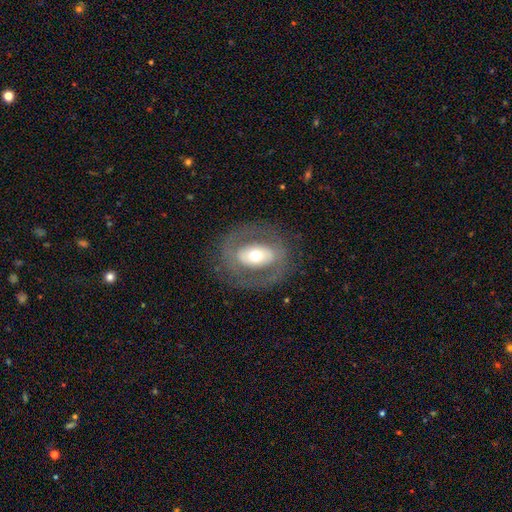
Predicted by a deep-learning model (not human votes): Smooth or featured: featured or disk — 63% (smooth — 30%)
Edge-on disk: no — 93% (yes — 7%)
Bar: no — 46% (strong — 29%)
Spiral arms: no — 64% (yes — 36%)
Bulge size: moderate — 61% (small — 21%)
Merging: none — 77% (minor disturbance — 12%)